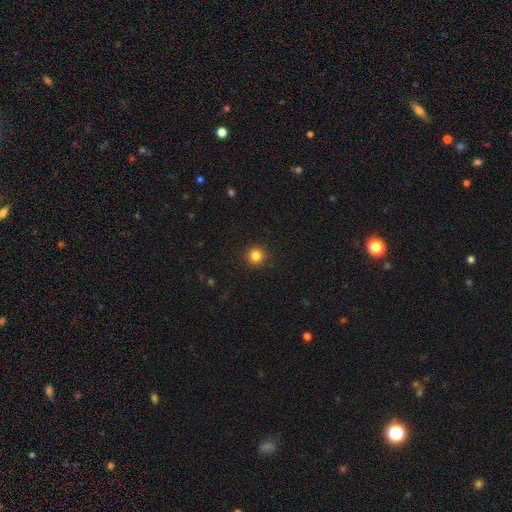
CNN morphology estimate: type=smooth (84%); roundness=round (96%); merging=none (93%).